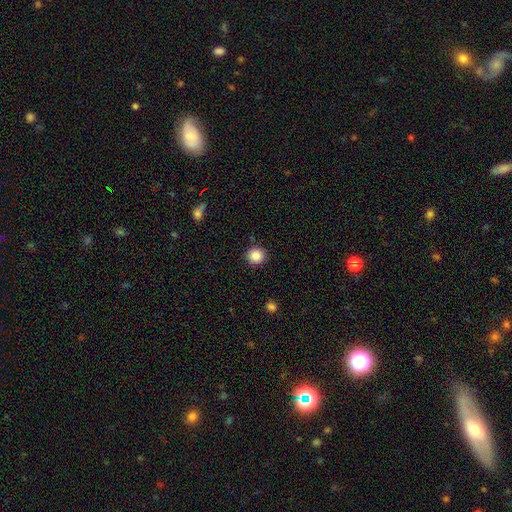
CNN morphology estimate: This appears to be a smooth galaxy with no disk features (86%) that is round (93%). Merging: none (91%).